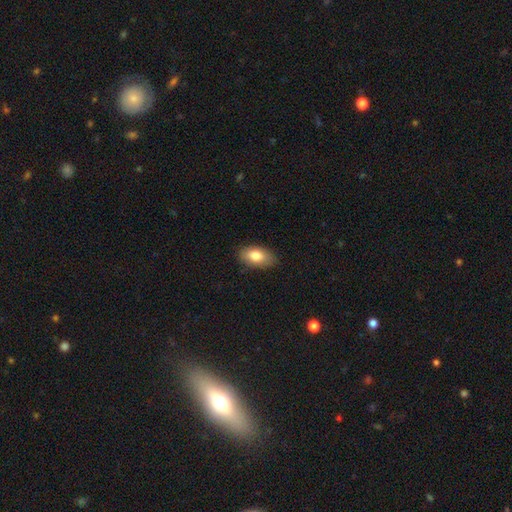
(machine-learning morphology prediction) Smooth or featured? smooth (82%)
How rounded? in between (92%)
Merging? none (84%)